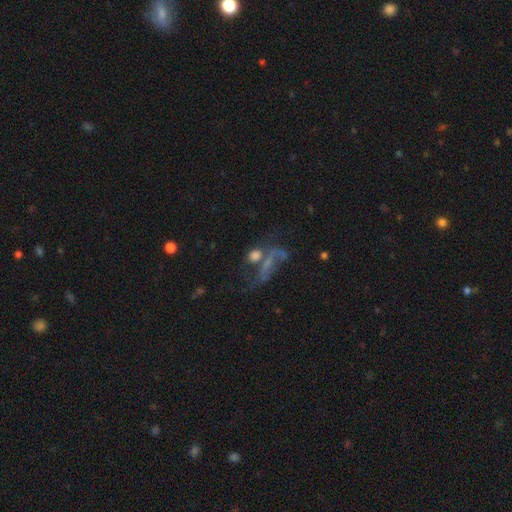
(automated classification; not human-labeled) This is possibly a smooth galaxy (54%). How rounded: possibly in between (51%). Merging: marginally merger (35%).